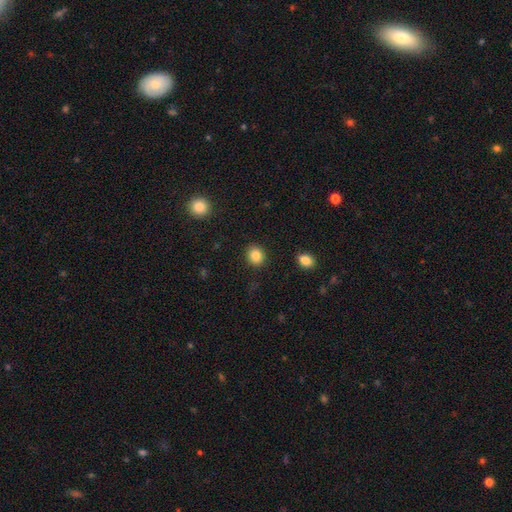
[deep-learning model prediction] Q: Smooth or featured?
A: smooth (85%); runner-up: star or artifact (10%)
Q: How rounded?
A: round (71%); runner-up: in between (28%)
Q: Merging?
A: none (90%); runner-up: minor disturbance (7%)